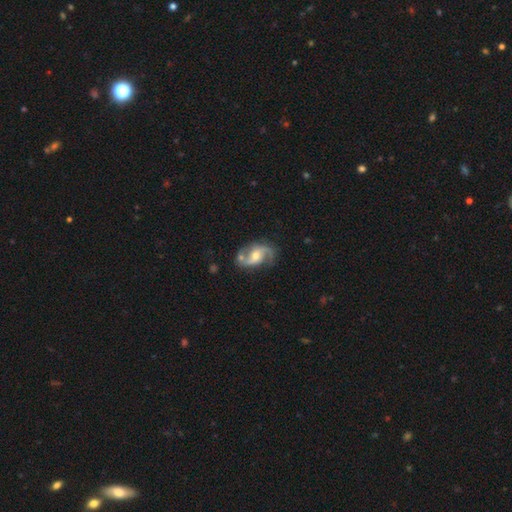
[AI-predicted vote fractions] Q: Smooth or featured?
A: featured or disk (86%); runner-up: smooth (9%)
Q: Edge-on disk?
A: no (97%); runner-up: yes (3%)
Q: Bar?
A: no (46%); runner-up: weak (40%)
Q: Spiral arms?
A: yes (96%); runner-up: no (4%)
Q: Spiral winding?
A: loose (46%); runner-up: medium (44%)
Q: Spiral arm count?
A: 2 (91%); runner-up: 1 (3%)
Q: Bulge size?
A: moderate (64%); runner-up: small (29%)
Q: Merging?
A: none (67%); runner-up: minor disturbance (18%)